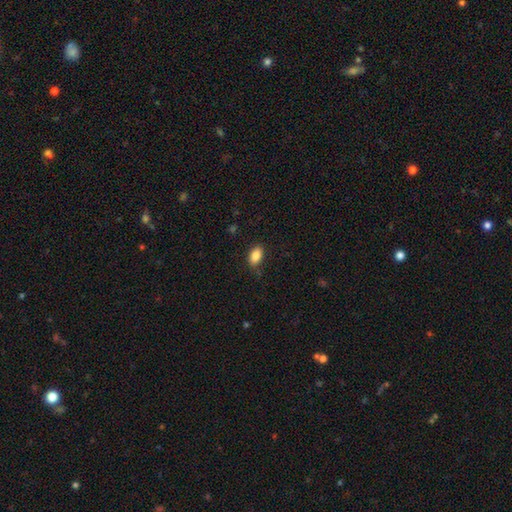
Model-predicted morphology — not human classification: Smooth or featured: smooth — 85% (star or artifact — 8%)
How rounded: in between — 90% (round — 8%)
Merging: none — 83% (minor disturbance — 13%)